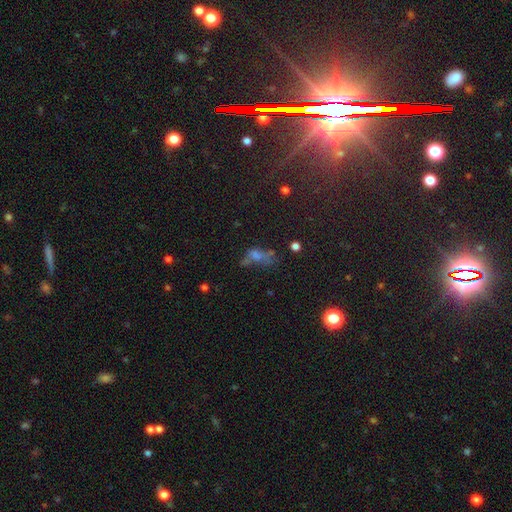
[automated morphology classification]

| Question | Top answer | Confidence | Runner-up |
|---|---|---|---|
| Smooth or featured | smooth | 38% | star or artifact (34%) |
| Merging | none | 35% | major disturbance (31%) |